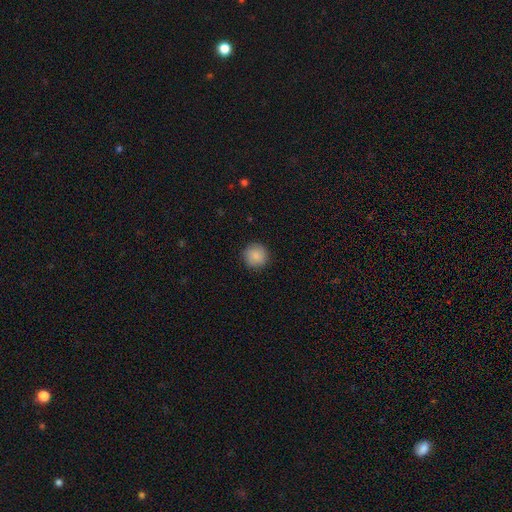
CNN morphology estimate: This appears to be a smooth galaxy with no disk features (87%) that is round (95%). Merging: none (90%).